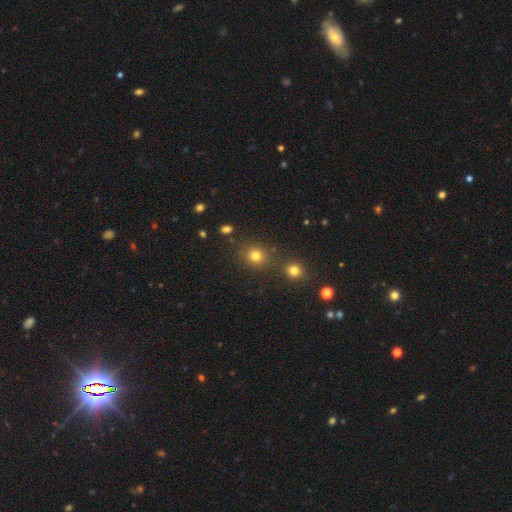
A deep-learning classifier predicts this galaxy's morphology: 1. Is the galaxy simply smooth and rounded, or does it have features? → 78% smooth, 17% star or artifact, 6% featured or disk.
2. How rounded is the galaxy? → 87% round, 12% in between, 1% cigar-shaped.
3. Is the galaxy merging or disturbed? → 78% none, 10% merger, 8% minor disturbance, 3% major disturbance.